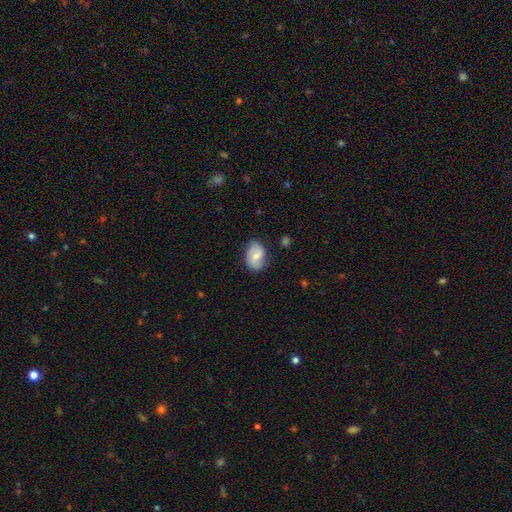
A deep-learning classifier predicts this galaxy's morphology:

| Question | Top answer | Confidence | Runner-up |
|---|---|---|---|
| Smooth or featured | smooth | 56% | featured or disk (37%) |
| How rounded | in between | 78% | round (20%) |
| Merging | none | 69% | minor disturbance (24%) |